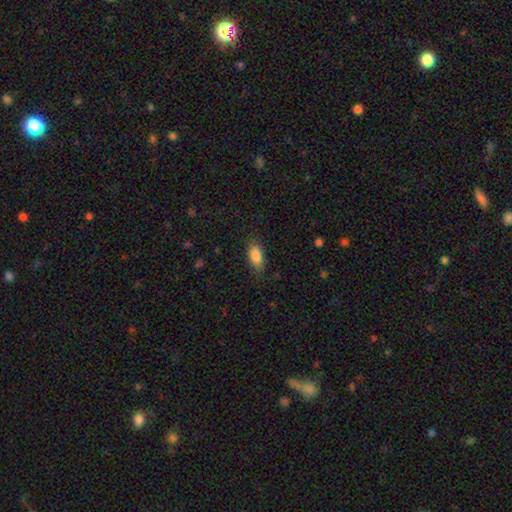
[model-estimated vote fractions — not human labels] The model was most divided on "merging": none: 81%, minor disturbance: 14%, major disturbance: 4%, merger: 1%. More confident: how rounded — in between (88%); smooth or featured — smooth (86%).